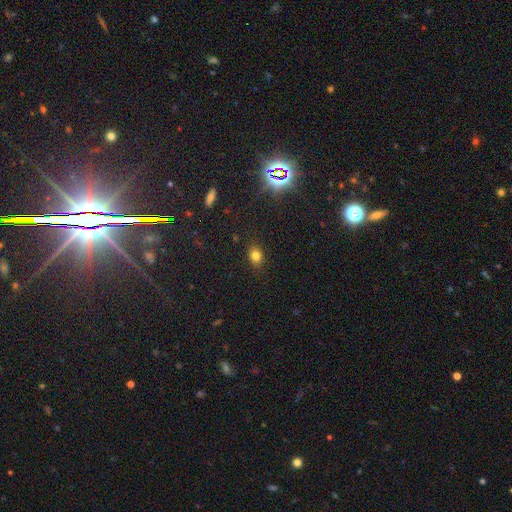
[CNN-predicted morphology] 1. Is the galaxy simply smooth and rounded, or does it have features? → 77% smooth, 16% star or artifact, 7% featured or disk.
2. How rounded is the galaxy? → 59% in between, 39% round, 2% cigar-shaped.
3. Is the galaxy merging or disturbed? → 86% none, 10% minor disturbance, 3% major disturbance, 1% merger.